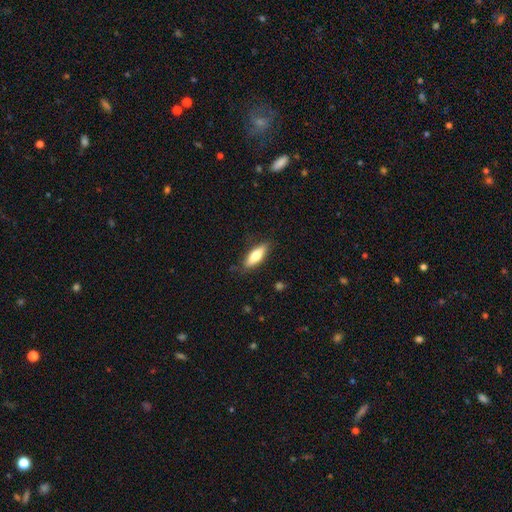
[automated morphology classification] Q: Smooth or featured?
A: smooth (70%); runner-up: featured or disk (24%)
Q: How rounded?
A: in between (55%); runner-up: cigar-shaped (43%)
Q: Merging?
A: none (83%); runner-up: minor disturbance (13%)